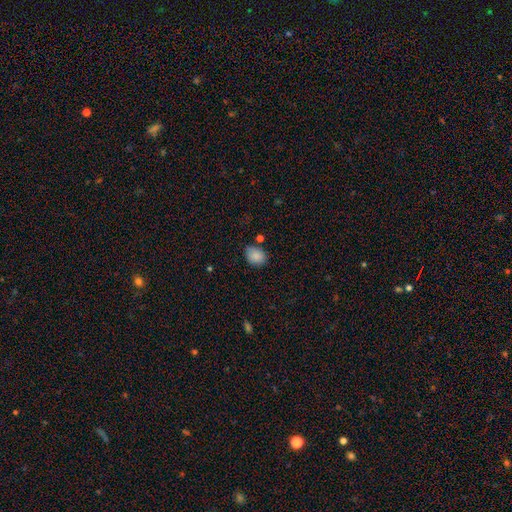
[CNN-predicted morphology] A smooth galaxy with no disk features (87%) that is in between round and cigar-shaped (58%). Merging: none (73%).